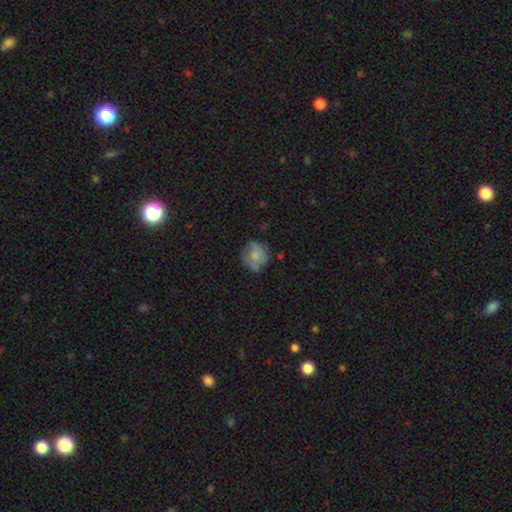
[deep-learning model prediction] Q: Smooth or featured?
A: smooth (66%); runner-up: featured or disk (26%)
Q: How rounded?
A: round (83%); runner-up: in between (16%)
Q: Merging?
A: none (66%); runner-up: minor disturbance (25%)